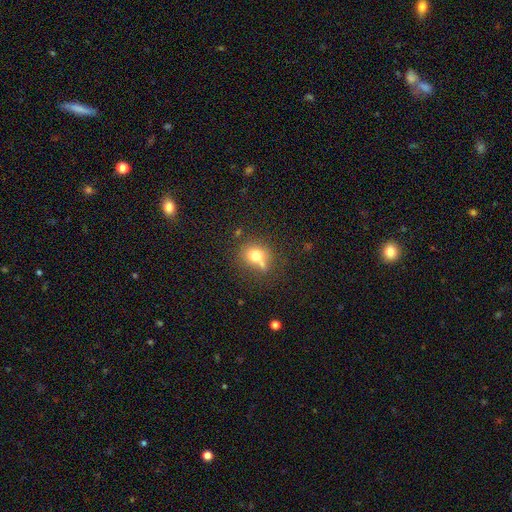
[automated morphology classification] Q: Smooth or featured?
A: smooth (73%); runner-up: featured or disk (14%)
Q: How rounded?
A: round (73%); runner-up: in between (26%)
Q: Merging?
A: none (56%); runner-up: merger (24%)